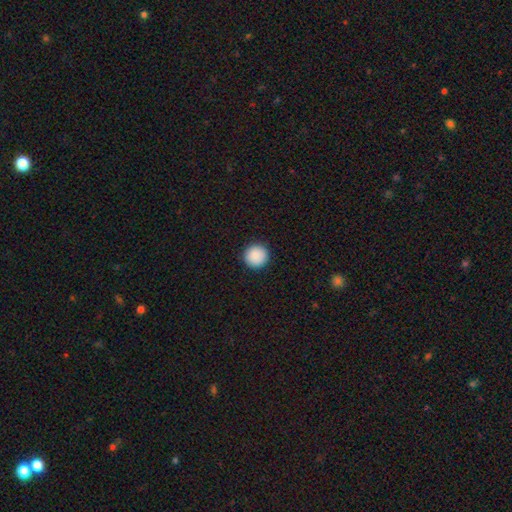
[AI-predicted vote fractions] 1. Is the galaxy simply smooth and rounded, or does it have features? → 89% smooth, 8% star or artifact, 3% featured or disk.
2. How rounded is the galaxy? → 96% round, 3% in between, 1% cigar-shaped.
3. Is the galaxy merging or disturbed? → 93% none, 4% minor disturbance, 1% major disturbance, 1% merger.